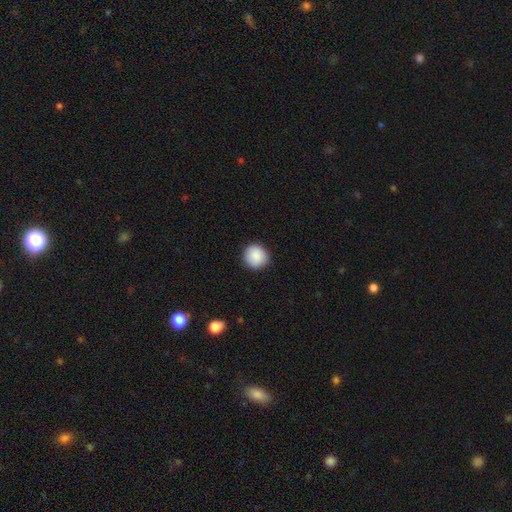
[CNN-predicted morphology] The model was most divided on "smooth or featured": smooth: 89%, star or artifact: 7%, featured or disk: 4%. More confident: how rounded — round (94%); merging — none (90%).